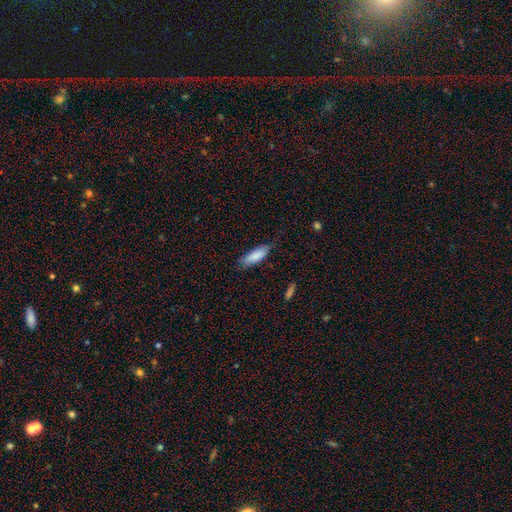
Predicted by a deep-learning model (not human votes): Smooth or featured?
  - smooth: 85% *
  - featured or disk: 9%
  - star or artifact: 6%
How rounded?
  - in between: 57% *
  - cigar-shaped: 41%
  - round: 1%
Merging?
  - none: 74% *
  - minor disturbance: 21%
  - major disturbance: 4%
  - merger: 1%